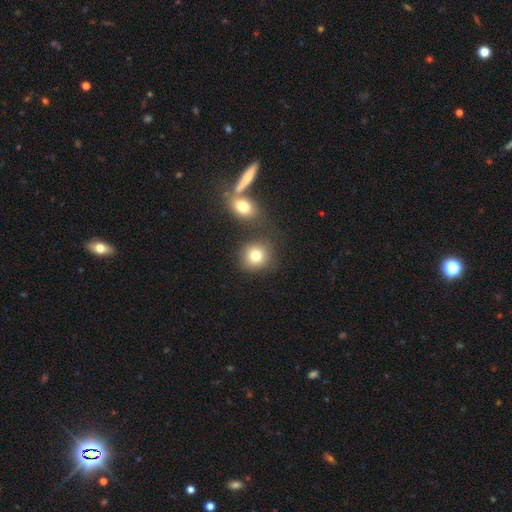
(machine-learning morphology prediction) smooth 79%, star or artifact 12%, featured or disk 10%. Down the decision tree: how rounded — round (84%); merging — none (72%).